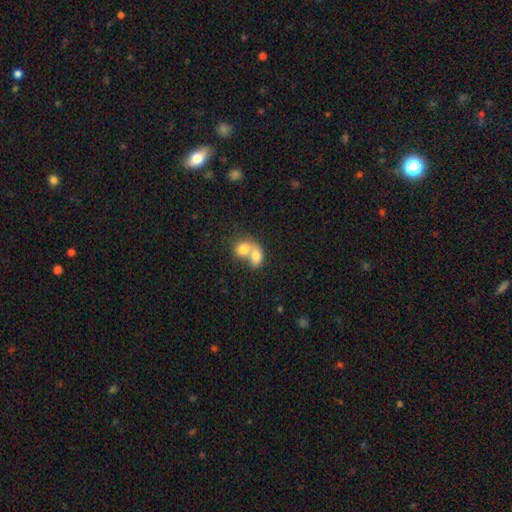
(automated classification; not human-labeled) smooth 75%, featured or disk 17%, star or artifact 8%. Down the decision tree: how rounded — in between (65%); merging — merger (77%).